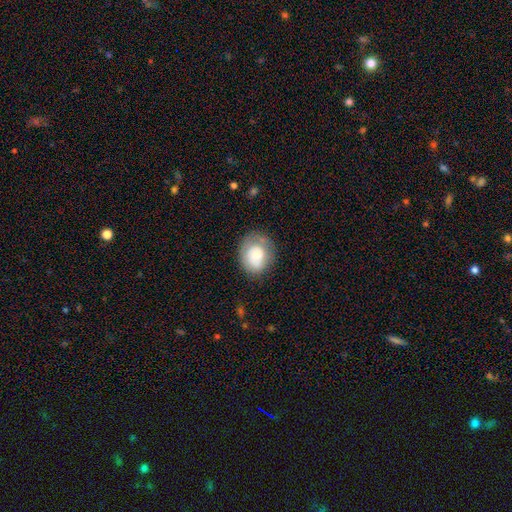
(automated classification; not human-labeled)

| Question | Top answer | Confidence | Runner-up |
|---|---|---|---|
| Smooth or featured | smooth | 69% | featured or disk (24%) |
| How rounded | round | 55% | in between (44%) |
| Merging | none | 66% | minor disturbance (22%) |